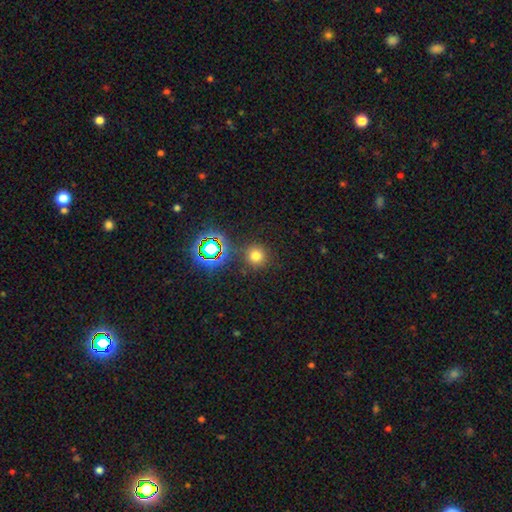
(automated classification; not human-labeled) A smooth galaxy with no disk features (69%) that is round (93%). Merging: none (84%).